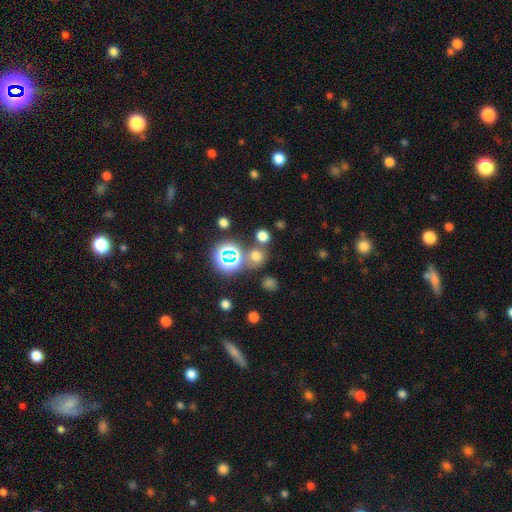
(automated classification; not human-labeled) Morphology: type=smooth (59%); roundness=round (80%); merging=none (71%).